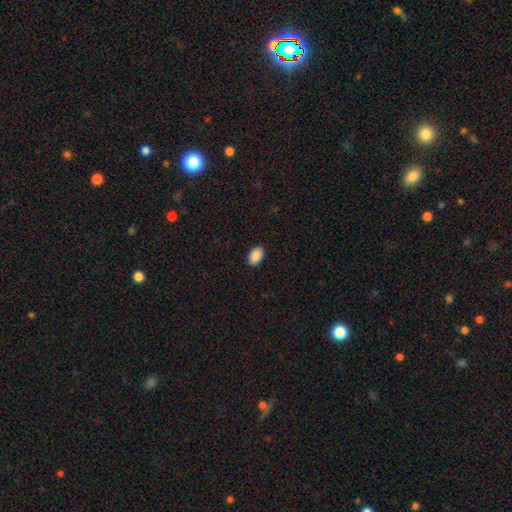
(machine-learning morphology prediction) This is clearly a smooth galaxy (90%). How rounded: clearly in between (90%). Merging: clearly none (90%).